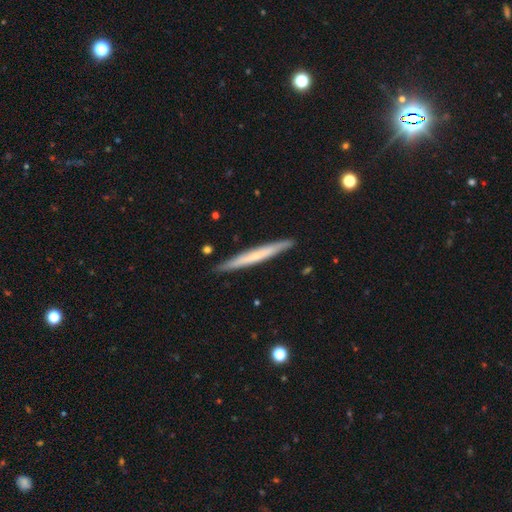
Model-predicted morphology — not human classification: type=featured or disk (50%); merging=none (90%).